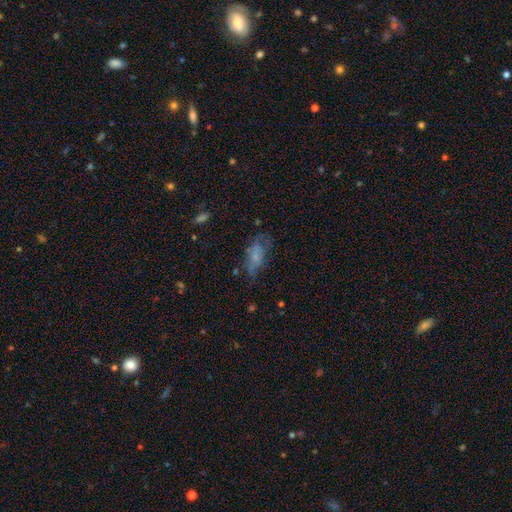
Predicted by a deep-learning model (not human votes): smooth 48%, featured or disk 40%, star or artifact 12%. Down the decision tree: merging — none (45%).